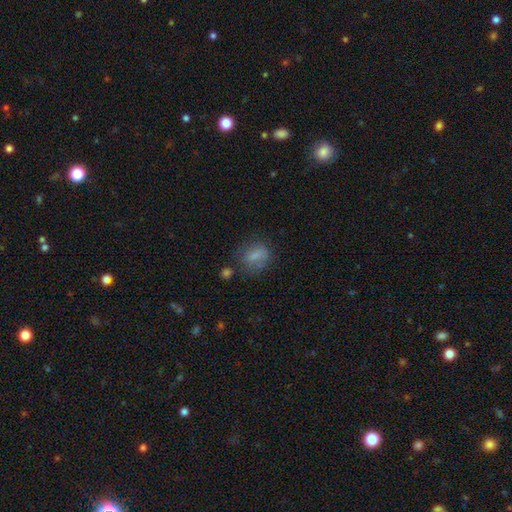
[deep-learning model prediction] Q: Smooth or featured?
A: smooth (74%); runner-up: featured or disk (15%)
Q: How rounded?
A: in between (58%); runner-up: round (39%)
Q: Merging?
A: none (58%); runner-up: minor disturbance (22%)